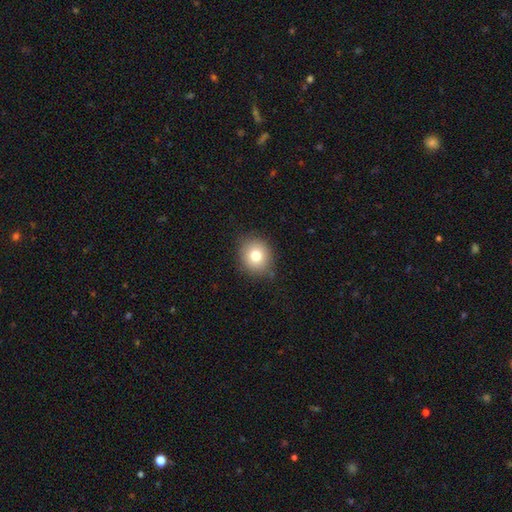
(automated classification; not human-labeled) The model was most divided on "how rounded": round: 79%, in between: 20%, cigar-shaped: 1%. More confident: merging — none (84%); smooth or featured — smooth (78%).